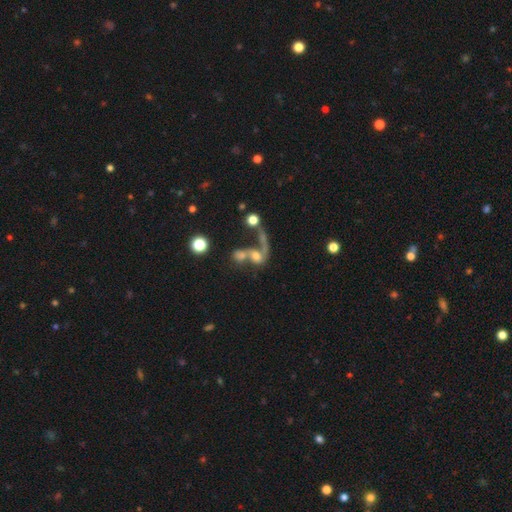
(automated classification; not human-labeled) Smooth or featured? featured or disk (45%)
Merging? merger (65%)